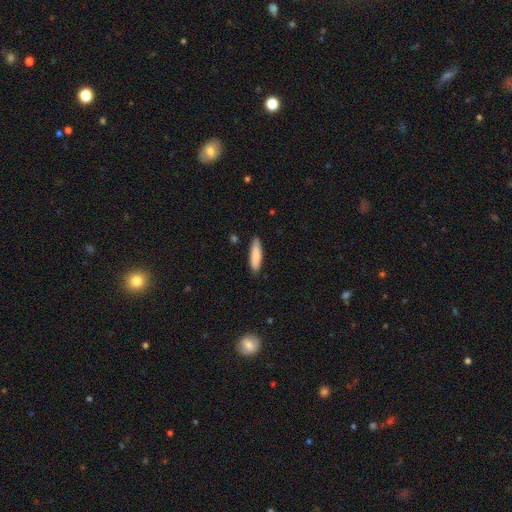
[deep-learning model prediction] Morphology: type=smooth (85%); roundness=cigar-shaped (72%); merging=none (87%).